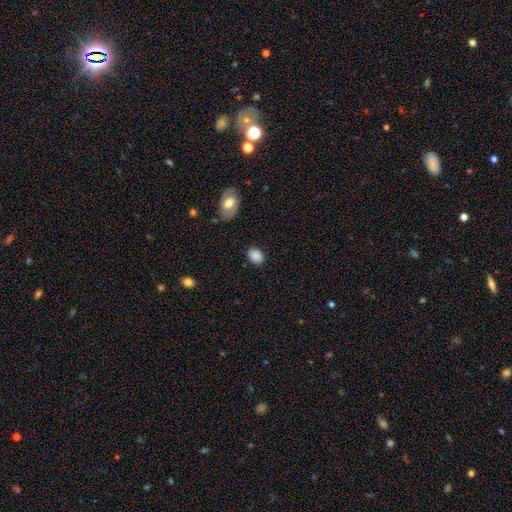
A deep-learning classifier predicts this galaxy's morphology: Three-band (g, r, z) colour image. It shows a smooth galaxy with no disk features (87%) that is in between round and cigar-shaped (66%). Merging: none (83%).